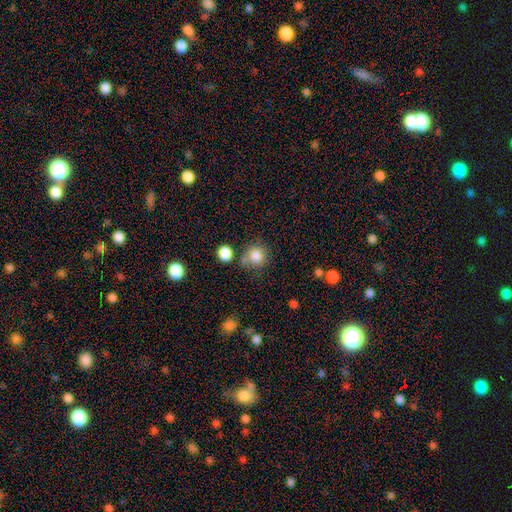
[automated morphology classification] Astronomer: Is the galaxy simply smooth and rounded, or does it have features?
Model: smooth — 83%.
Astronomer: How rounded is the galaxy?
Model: round — 89%.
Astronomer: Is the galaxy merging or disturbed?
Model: none — 66%.